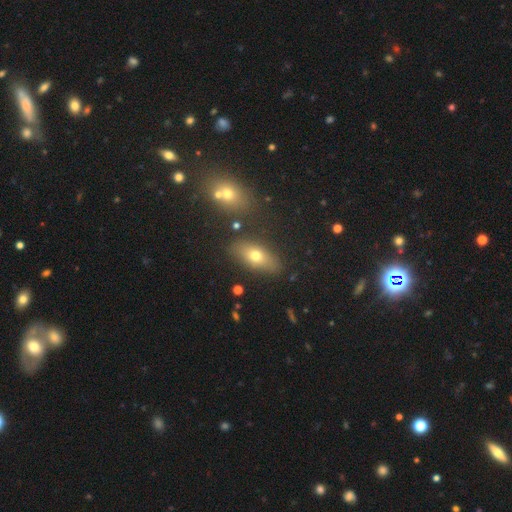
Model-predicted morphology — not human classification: The model was most divided on "smooth or featured": smooth: 66%, featured or disk: 22%, star or artifact: 12%. More confident: merging — none (81%); how rounded — in between (76%).